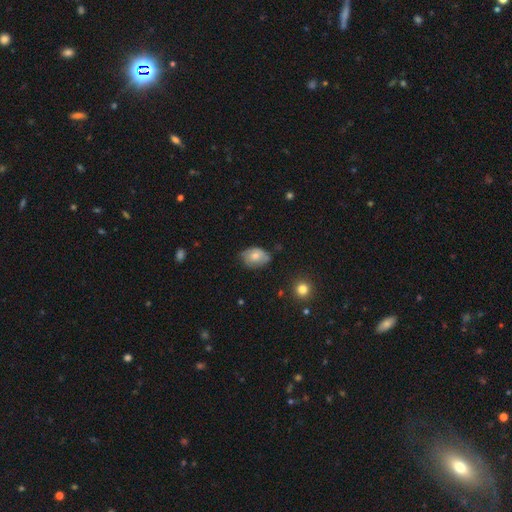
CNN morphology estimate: This appears to be a smooth galaxy with no disk features (72%) that is in between round and cigar-shaped (78%). Merging: none (58%).